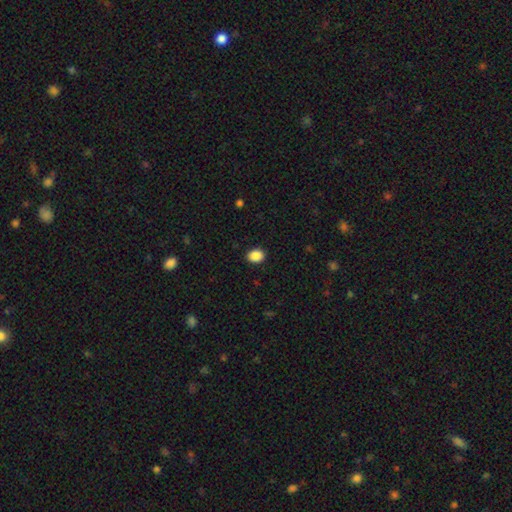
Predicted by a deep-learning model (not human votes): This appears to be a smooth galaxy with no disk features (89%) that is in between round and cigar-shaped (59%). Merging: none (91%).